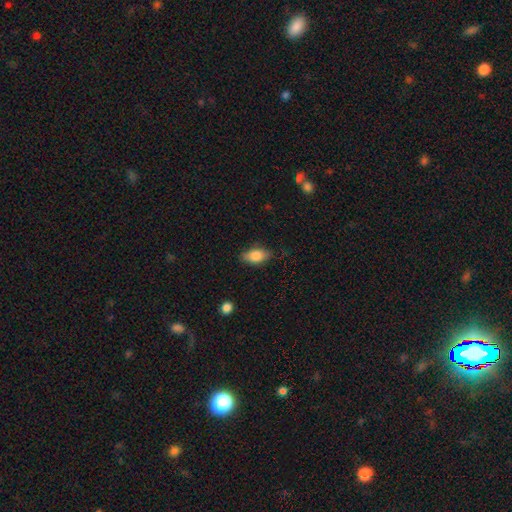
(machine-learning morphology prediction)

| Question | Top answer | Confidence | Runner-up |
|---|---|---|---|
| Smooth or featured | smooth | 80% | featured or disk (13%) |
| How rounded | in between | 88% | round (6%) |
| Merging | none | 80% | minor disturbance (15%) |